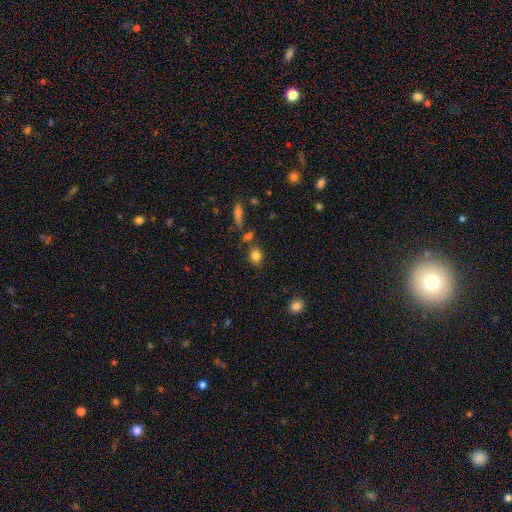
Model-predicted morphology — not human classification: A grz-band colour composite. It shows a smooth galaxy with no disk features (83%) that is round (71%). Merging: none (74%).